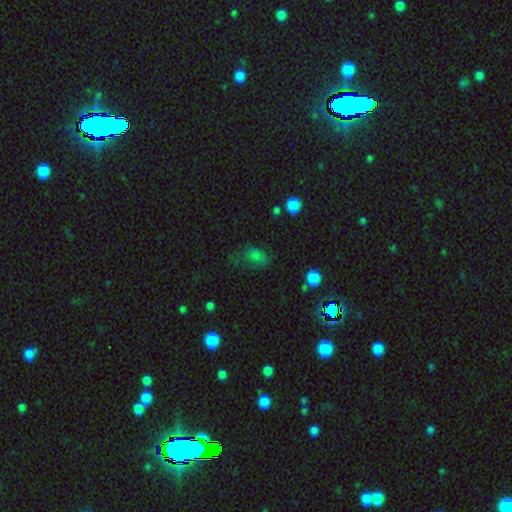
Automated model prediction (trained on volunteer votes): smooth-or-featured: smooth: 66% | star or artifact: 23% | featured or disk: 11%
  how-rounded: in between: 78% | round: 18% | cigar-shaped: 3%
  merging: none: 54% | minor disturbance: 27% | major disturbance: 16% | merger: 3%